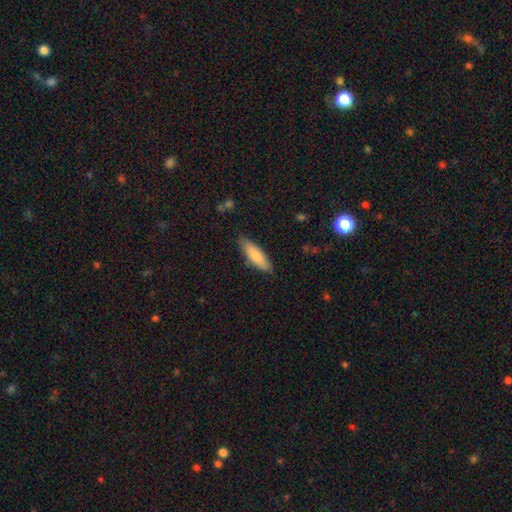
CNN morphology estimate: Smooth or featured?
  - smooth: 81% *
  - featured or disk: 14%
  - star or artifact: 5%
How rounded?
  - cigar-shaped: 53% *
  - in between: 45%
  - round: 2%
Merging?
  - none: 82% *
  - minor disturbance: 14%
  - major disturbance: 2%
  - merger: 1%